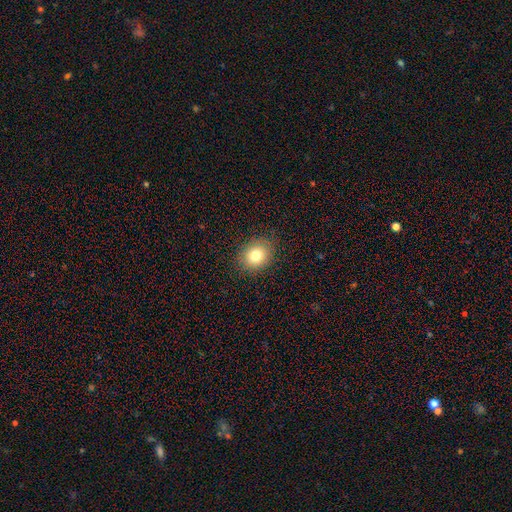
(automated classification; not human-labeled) A smooth galaxy with no disk features (79%) that is round (58%). Merging: none (88%).